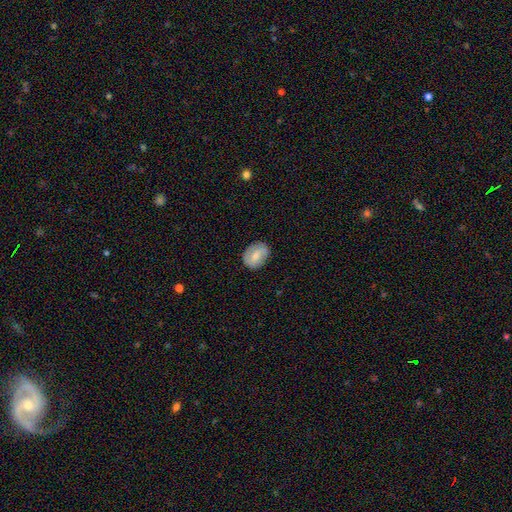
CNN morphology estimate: This appears to be a smooth galaxy with no disk features (66%) that is in between round and cigar-shaped (61%). Merging: none (82%).